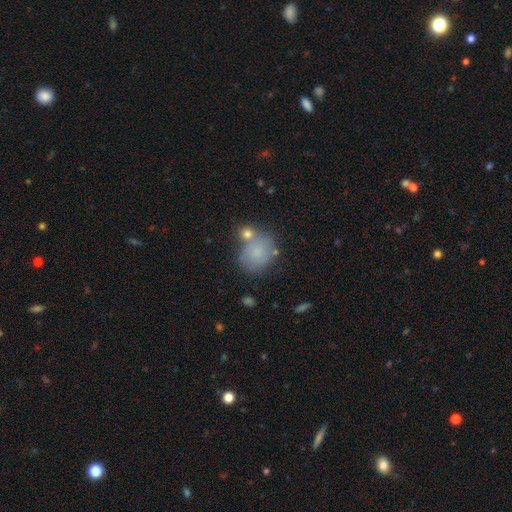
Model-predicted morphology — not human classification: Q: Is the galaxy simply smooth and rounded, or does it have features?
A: smooth — 76%.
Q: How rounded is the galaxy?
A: round — 73%.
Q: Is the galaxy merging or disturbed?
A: none — 52%.